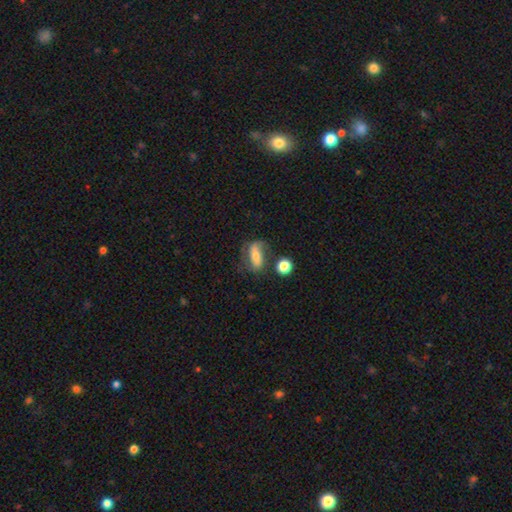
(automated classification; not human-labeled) This appears to be a featured or disk galaxy (49%). Merging: none (56%).